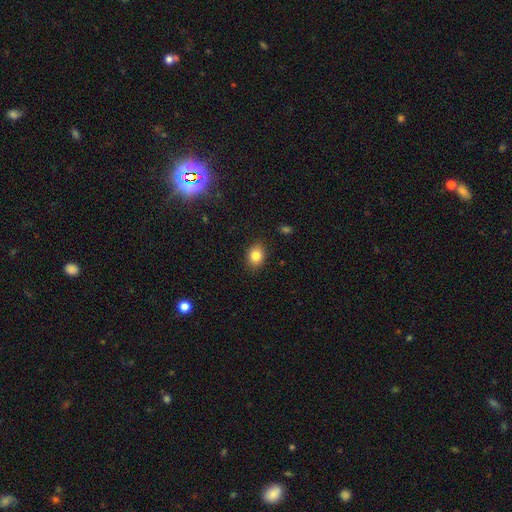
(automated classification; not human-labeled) Smooth or featured? smooth (83%)
How rounded? in between (58%)
Merging? none (87%)